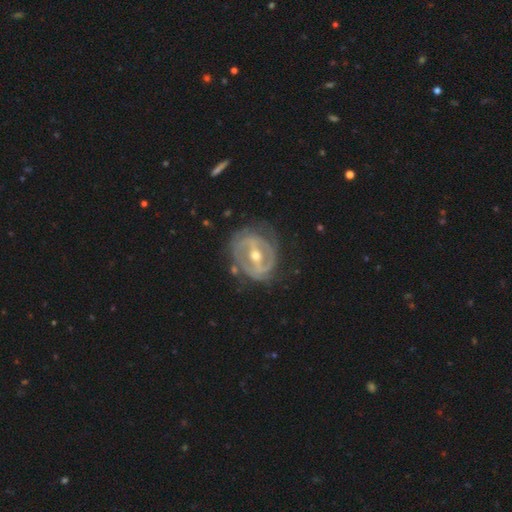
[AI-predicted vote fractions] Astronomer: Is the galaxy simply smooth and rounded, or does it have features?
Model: featured or disk — 85%.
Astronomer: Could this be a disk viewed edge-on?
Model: no — 96%.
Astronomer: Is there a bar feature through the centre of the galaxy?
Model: strong — 51% (runner-up: weak, 34%).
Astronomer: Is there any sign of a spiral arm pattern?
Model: yes — 78%.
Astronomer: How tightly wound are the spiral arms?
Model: tight — 57%.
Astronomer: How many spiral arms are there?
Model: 2 — 57%.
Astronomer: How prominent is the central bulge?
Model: moderate — 68%.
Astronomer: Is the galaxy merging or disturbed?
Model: none — 70%.